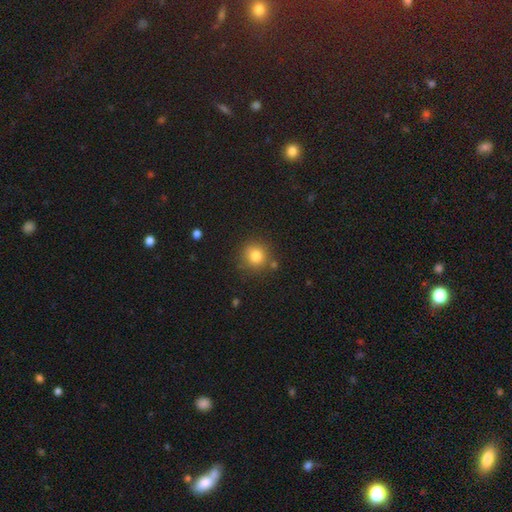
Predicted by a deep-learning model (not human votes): Smooth or featured: smooth — 81% (star or artifact — 12%)
How rounded: round — 92% (in between — 7%)
Merging: none — 82% (minor disturbance — 10%)